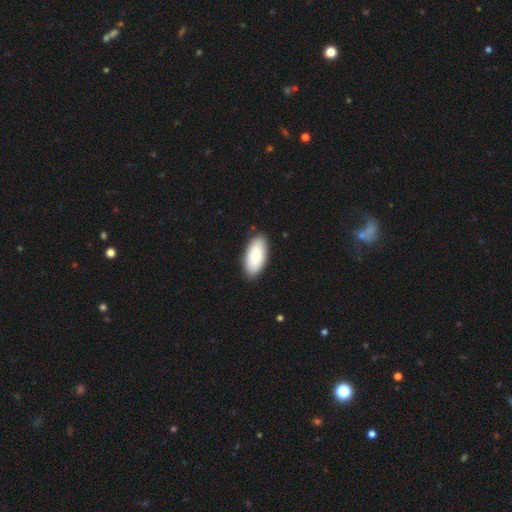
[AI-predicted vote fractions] smooth-or-featured: smooth: 78% | featured or disk: 16% | star or artifact: 5%
  how-rounded: in between: 93% | cigar-shaped: 5% | round: 2%
  merging: none: 87% | minor disturbance: 10% | major disturbance: 2% | merger: 1%